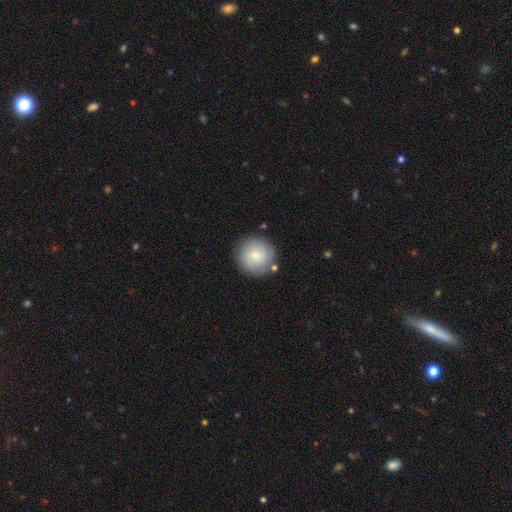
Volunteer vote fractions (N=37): Smooth or featured? smooth (62%)
How rounded? round (96%)
Merging? none (89%)